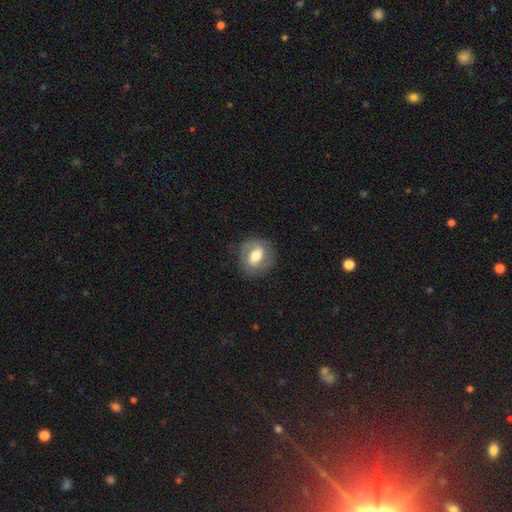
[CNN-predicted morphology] Smooth or featured?
  - featured or disk: 51% *
  - smooth: 41%
  - star or artifact: 7%
Edge-on disk?
  - no: 95% *
  - yes: 5%
Merging?
  - none: 79% *
  - minor disturbance: 14%
  - major disturbance: 6%
  - merger: 1%